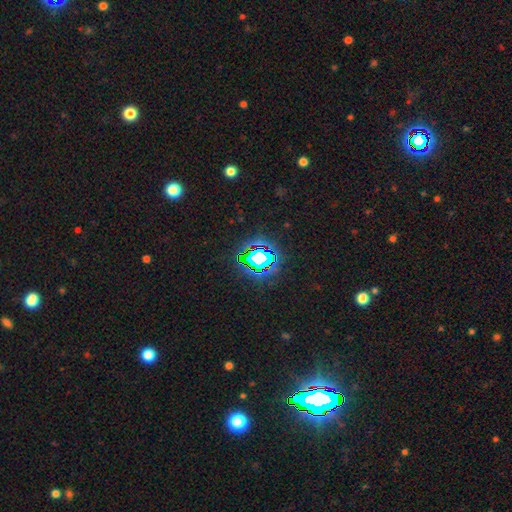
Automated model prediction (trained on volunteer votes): A star or artifact, not a galaxy (70%).